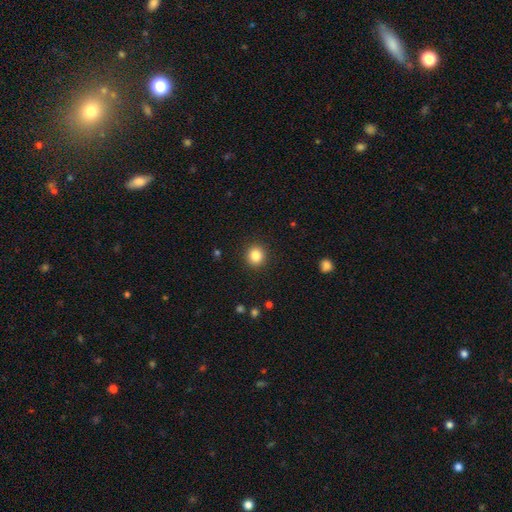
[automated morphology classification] smooth_or_featured: smooth (p=0.84) [alt: star or artifact p=0.11]
how_rounded: round (p=0.91) [alt: in between p=0.08]
merging: none (p=0.92) [alt: minor disturbance p=0.05]